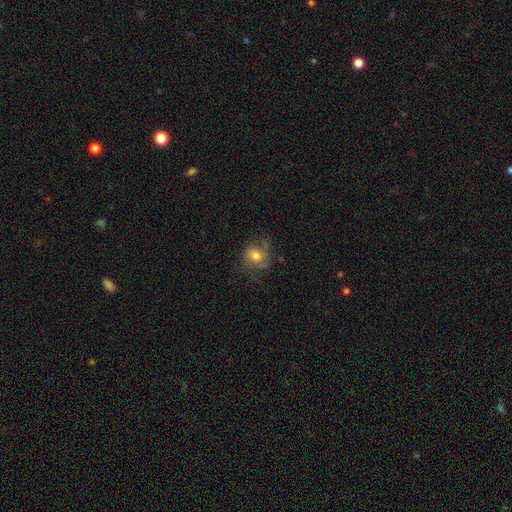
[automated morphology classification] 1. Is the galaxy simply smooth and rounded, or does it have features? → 47% featured or disk, 43% smooth, 10% star or artifact.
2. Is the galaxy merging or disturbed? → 55% none, 23% minor disturbance, 20% major disturbance, 2% merger.